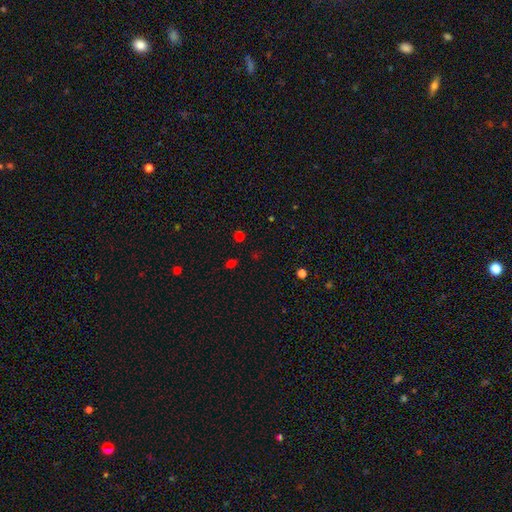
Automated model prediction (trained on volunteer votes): A smooth galaxy with no disk features (50%) that is round (67%). Merging: none (82%).